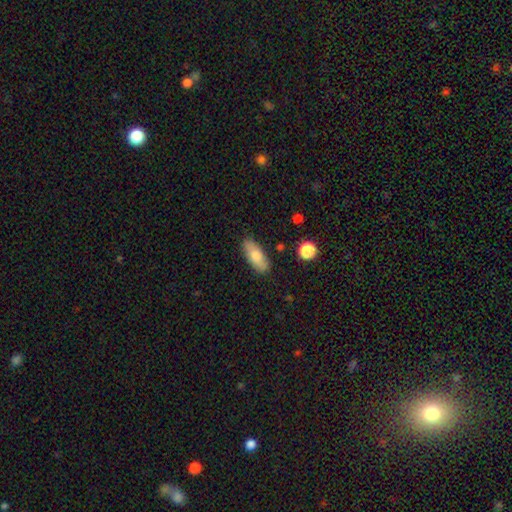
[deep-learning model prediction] This is likely a smooth galaxy (75%). How rounded: likely in between (79%). Merging: clearly none (84%).